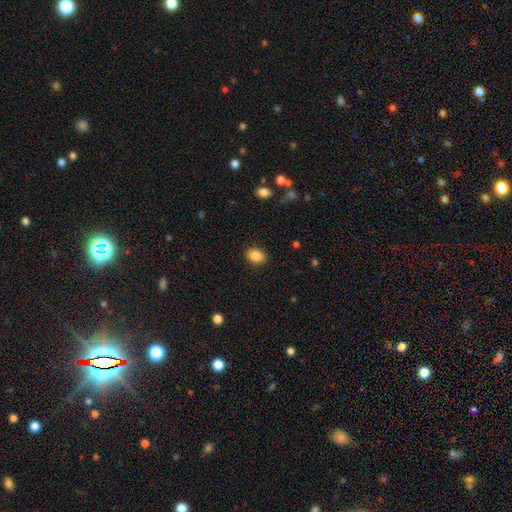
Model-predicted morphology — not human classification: Smooth or featured? Predicted: smooth (p=0.86). How rounded? Predicted: in between (p=0.70). Merging? Predicted: none (p=0.88).